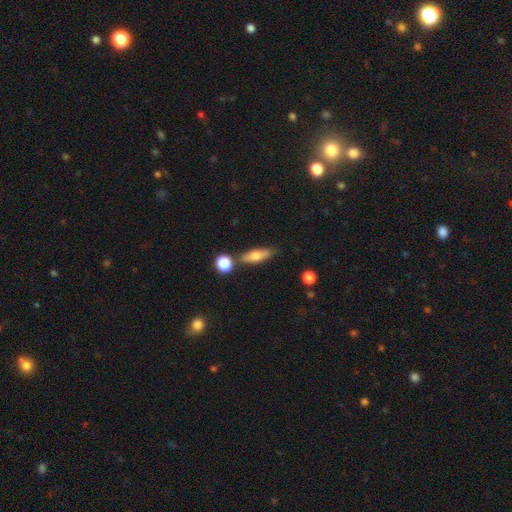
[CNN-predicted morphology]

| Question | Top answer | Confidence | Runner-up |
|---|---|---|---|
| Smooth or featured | smooth | 63% | featured or disk (29%) |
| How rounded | in between | 50% | cigar-shaped (46%) |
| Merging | none | 73% | minor disturbance (15%) |